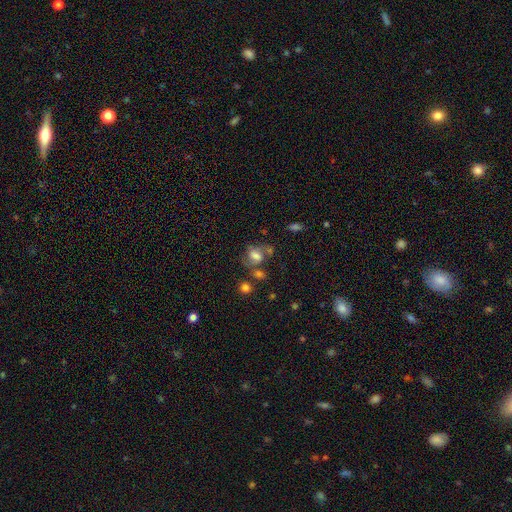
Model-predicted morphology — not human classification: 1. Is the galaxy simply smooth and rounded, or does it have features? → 49% smooth, 37% featured or disk, 14% star or artifact.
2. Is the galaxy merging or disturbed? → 43% none, 21% minor disturbance, 19% merger, 17% major disturbance.